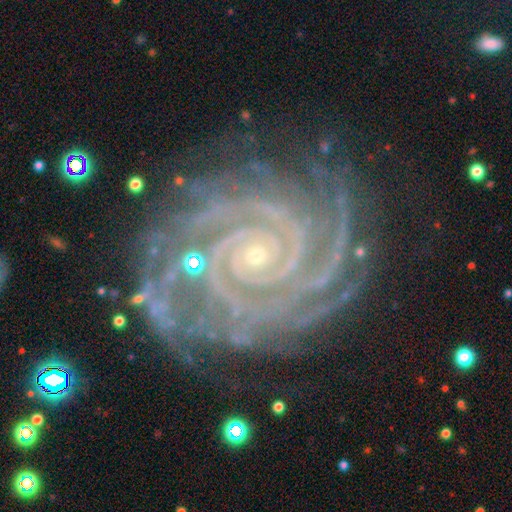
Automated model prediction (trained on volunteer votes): Overall: featured or disk (92%). Edge-on disk: no (98%). Bar: no (73%). Spiral arms: yes (99%). Spiral arm count: 4 (21%; 2 20%). Spiral winding: tight (88%). Bulge size: small (86%). Merging: none (77%).